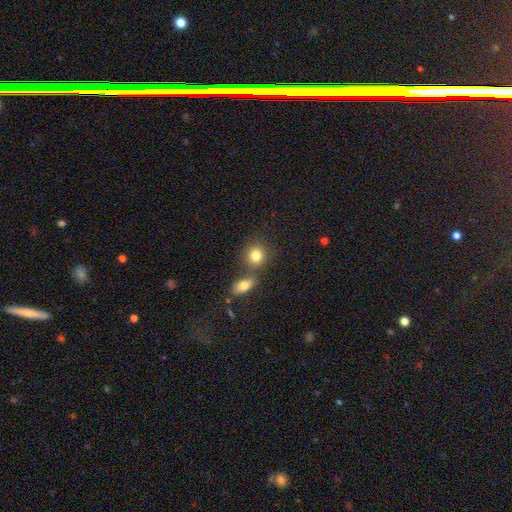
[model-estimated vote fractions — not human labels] smooth_or_featured: smooth (p=0.82) [alt: star or artifact p=0.10]
how_rounded: round (p=0.78) [alt: in between p=0.21]
merging: none (p=0.59) [alt: merger p=0.28]